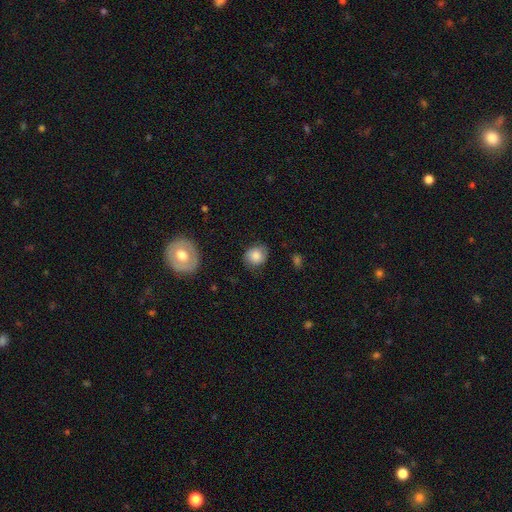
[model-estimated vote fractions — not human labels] A smooth galaxy with no disk features (78%) that is round (71%). Merging: none (75%).